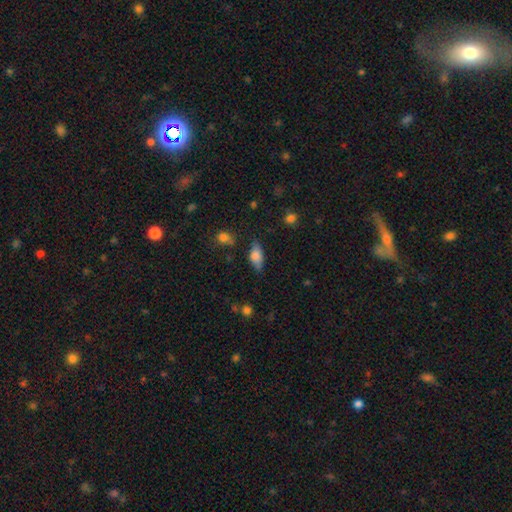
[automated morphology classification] smooth-or-featured: smooth: 68% | featured or disk: 24% | star or artifact: 8%
  how-rounded: in between: 79% | cigar-shaped: 17% | round: 5%
  merging: none: 71% | minor disturbance: 20% | major disturbance: 6% | merger: 3%